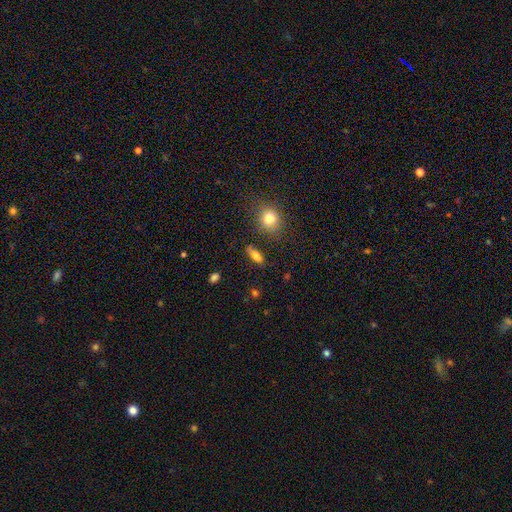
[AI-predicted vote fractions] smooth 75%, featured or disk 15%, star or artifact 10%. Down the decision tree: how rounded — in between (64%); merging — none (81%).